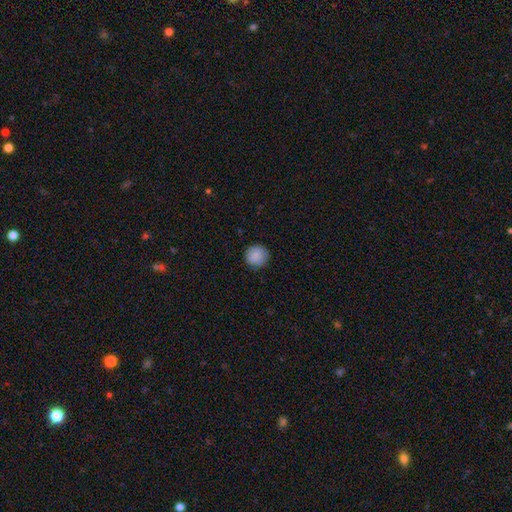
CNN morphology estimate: This appears to be a smooth galaxy with no disk features (88%) that is round (94%). Merging: none (89%).